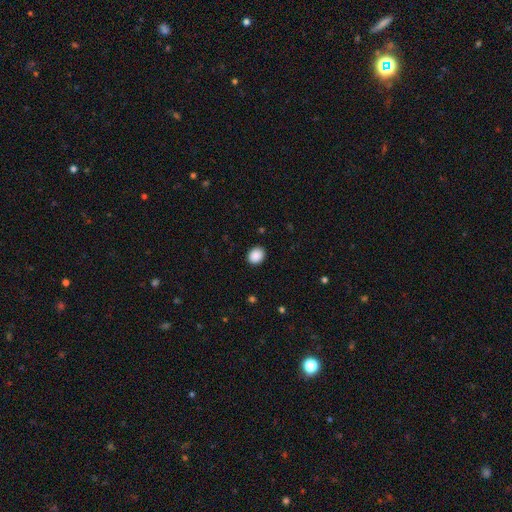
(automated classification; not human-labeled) Overall: smooth (89%). How rounded: round (58%; in between 41%). Merging: none (90%).